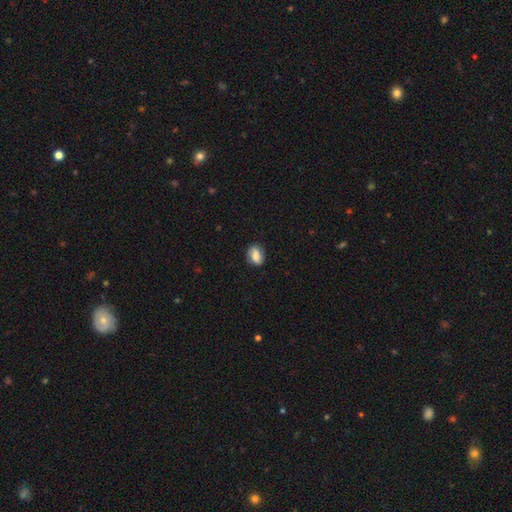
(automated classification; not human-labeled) Q: Smooth or featured?
A: smooth (63%); runner-up: featured or disk (28%)
Q: How rounded?
A: in between (73%); runner-up: round (24%)
Q: Merging?
A: none (83%); runner-up: minor disturbance (13%)